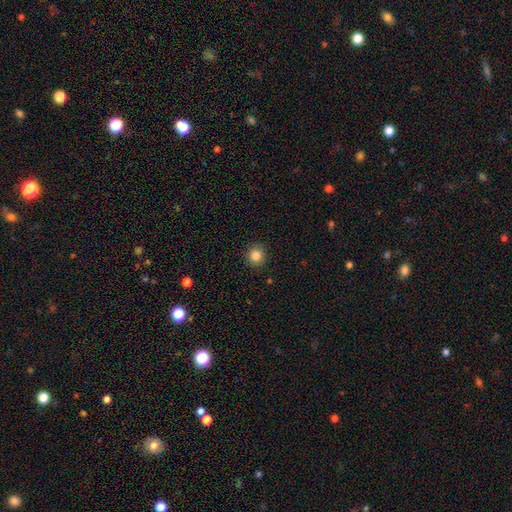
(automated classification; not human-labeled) This is clearly a smooth galaxy (84%). How rounded: clearly round (93%). Merging: clearly none (92%).